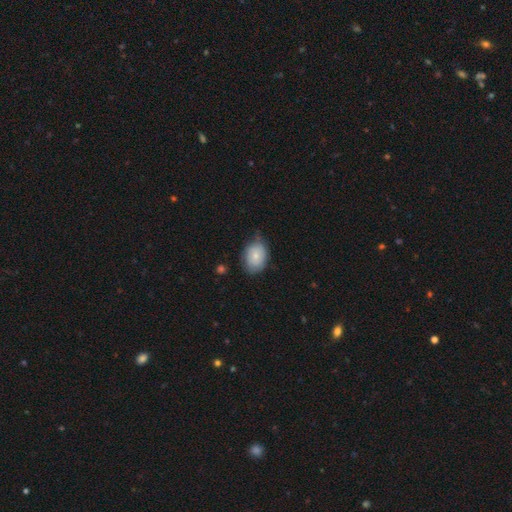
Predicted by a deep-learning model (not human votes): A smooth galaxy with no disk features (73%) that is in between round and cigar-shaped (69%). Merging: none (58%).